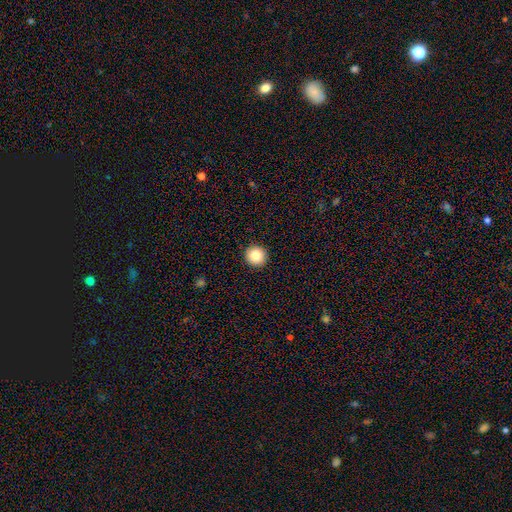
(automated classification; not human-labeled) Smooth or featured? Predicted: smooth (p=0.85). How rounded? Predicted: round (p=0.95). Merging? Predicted: none (p=0.93).